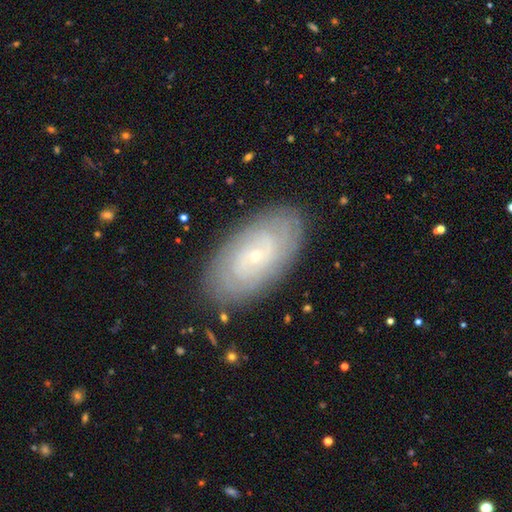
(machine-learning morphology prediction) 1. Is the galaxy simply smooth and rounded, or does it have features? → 72% featured or disk, 20% smooth, 8% star or artifact.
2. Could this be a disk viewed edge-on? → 94% no, 6% yes.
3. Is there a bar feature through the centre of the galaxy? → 74% no, 21% weak, 5% strong.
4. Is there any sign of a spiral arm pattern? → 87% yes, 13% no.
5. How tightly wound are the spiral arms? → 77% tight, 17% medium, 6% loose.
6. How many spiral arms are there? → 52% can't tell, 20% 2, 8% 4, 8% 3, 7% more than 4, 5% 1.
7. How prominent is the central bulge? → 86% small, 11% moderate, 1% none, 1% large, 1% dominant.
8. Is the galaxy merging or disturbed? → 85% none, 11% minor disturbance, 3% major disturbance, 1% merger.